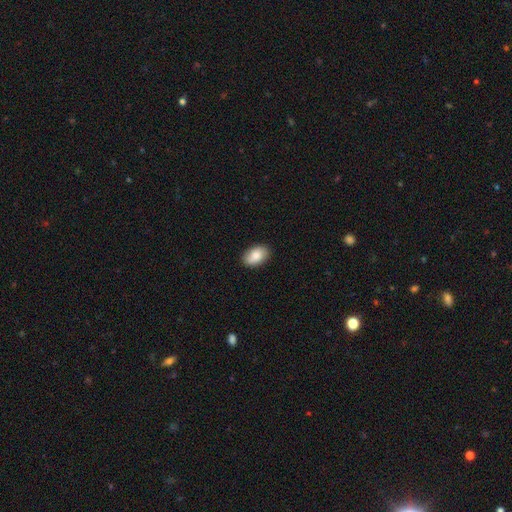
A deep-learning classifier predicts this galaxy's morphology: This appears to be a smooth galaxy with no disk features (86%) that is in between round and cigar-shaped (91%). Merging: none (87%).